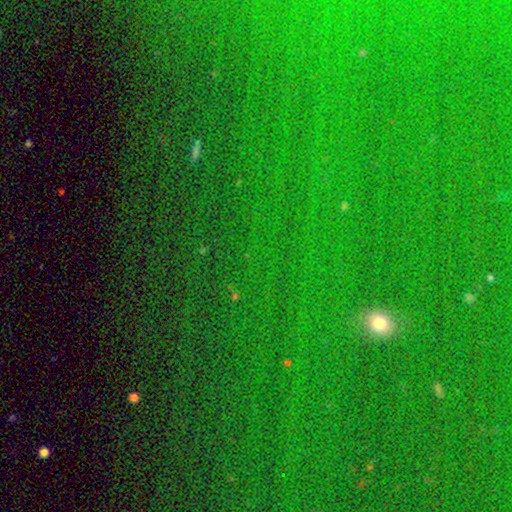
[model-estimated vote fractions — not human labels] Overall: star or artifact (73%).